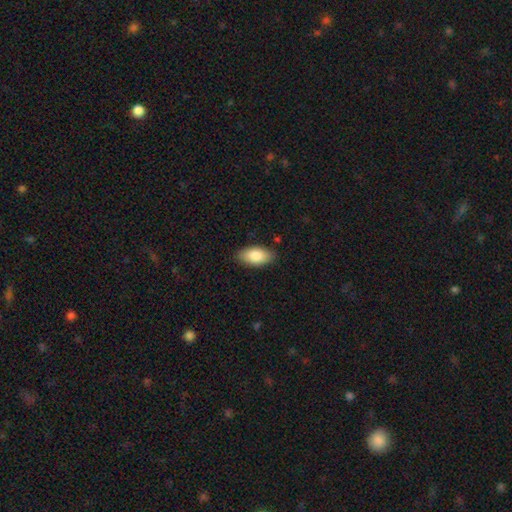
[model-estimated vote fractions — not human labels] smooth_or_featured: smooth (p=0.84) [alt: featured or disk p=0.10]
how_rounded: in between (p=0.92) [alt: cigar-shaped p=0.05]
merging: none (p=0.86) [alt: minor disturbance p=0.11]